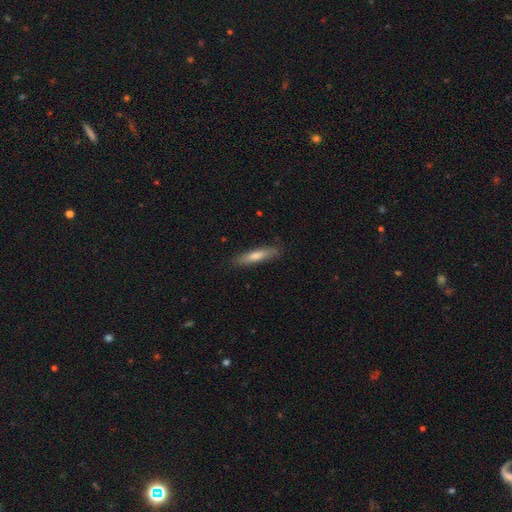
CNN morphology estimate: Smooth or featured: smooth — 66% (featured or disk — 28%)
How rounded: cigar-shaped — 85% (in between — 13%)
Merging: none — 86% (minor disturbance — 11%)